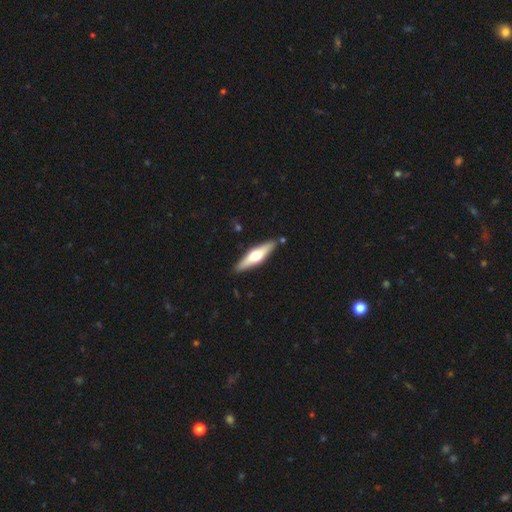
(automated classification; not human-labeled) featured or disk 56%, smooth 40%, star or artifact 5%. Down the decision tree: edge-on disk — yes (93%); edge-on bulge — rounded (93%); merging — none (87%).